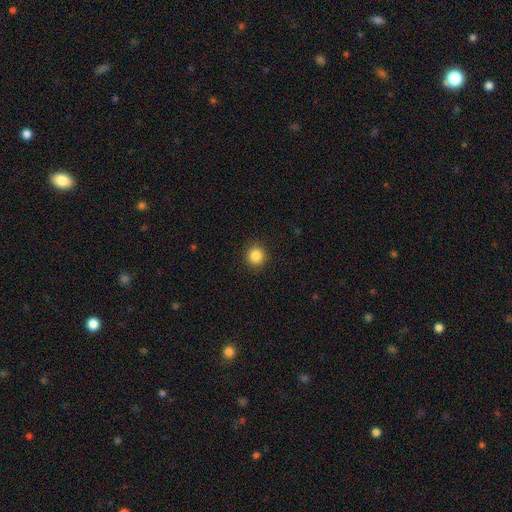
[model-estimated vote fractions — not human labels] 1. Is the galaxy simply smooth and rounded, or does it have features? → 85% smooth, 10% star or artifact, 4% featured or disk.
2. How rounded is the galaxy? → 93% round, 6% in between, 1% cigar-shaped.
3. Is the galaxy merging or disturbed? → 91% none, 6% minor disturbance, 2% major disturbance, 1% merger.